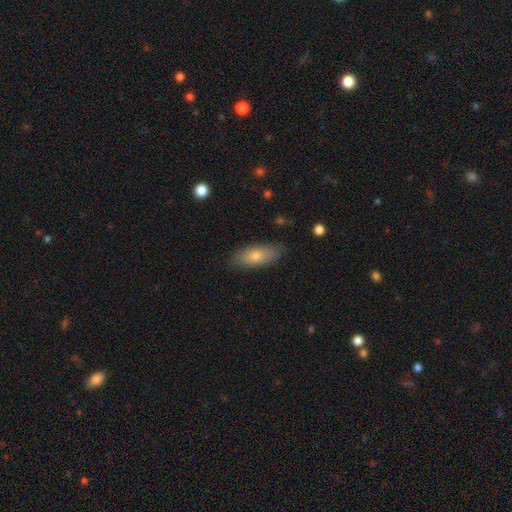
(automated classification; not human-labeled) This is likely a smooth galaxy (71%). How rounded: likely in between (74%). Merging: clearly none (85%).